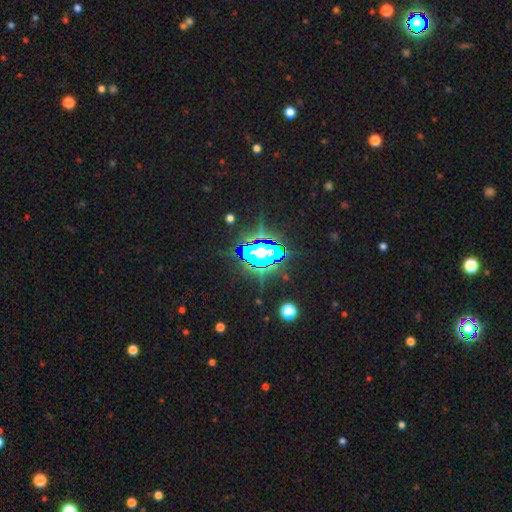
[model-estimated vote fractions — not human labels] Q: Smooth or featured?
A: star or artifact (79%); runner-up: smooth (12%)